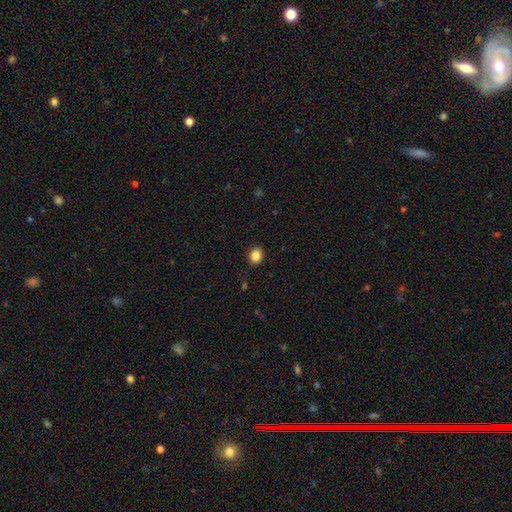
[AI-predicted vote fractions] A smooth galaxy with no disk features (85%) that is round (61%).

Vote fractions:
- Smooth or featured? smooth: 85% / star or artifact: 10% / featured or disk: 4%
- How rounded? round: 61% / in between: 38% / cigar-shaped: 1%
- Merging? none: 89% / minor disturbance: 7% / major disturbance: 2% / merger: 1%